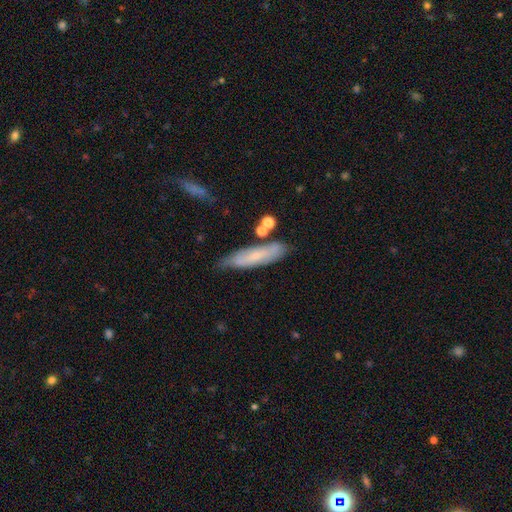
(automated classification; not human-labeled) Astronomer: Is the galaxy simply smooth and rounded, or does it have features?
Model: smooth — 59% (runner-up: featured or disk, 34%).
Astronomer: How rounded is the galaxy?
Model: cigar-shaped — 70%.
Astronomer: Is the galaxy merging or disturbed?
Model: none — 69%.